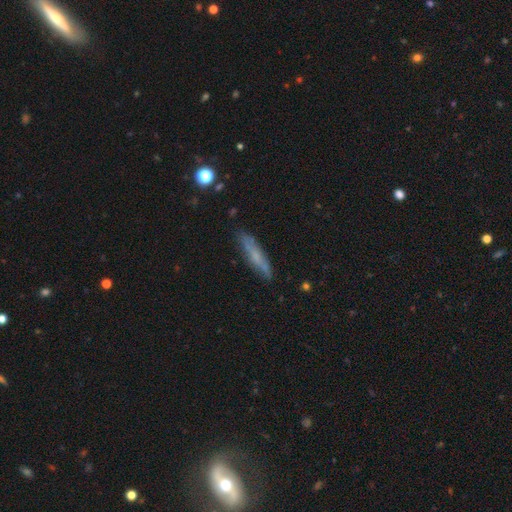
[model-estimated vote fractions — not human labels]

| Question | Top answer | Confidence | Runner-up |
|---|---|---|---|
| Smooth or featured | smooth | 53% | featured or disk (39%) |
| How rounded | cigar-shaped | 89% | in between (9%) |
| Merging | none | 83% | minor disturbance (13%) |